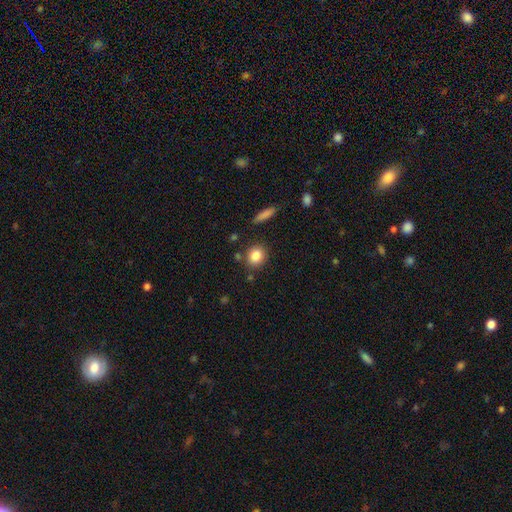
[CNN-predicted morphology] Overall: smooth (84%). How rounded: round (72%). Merging: none (82%).